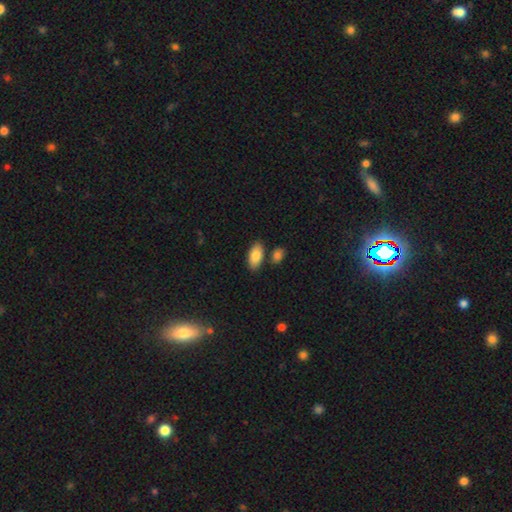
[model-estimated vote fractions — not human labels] Q: Smooth or featured?
A: smooth (84%); runner-up: featured or disk (10%)
Q: How rounded?
A: in between (92%); runner-up: cigar-shaped (5%)
Q: Merging?
A: none (79%); runner-up: minor disturbance (10%)